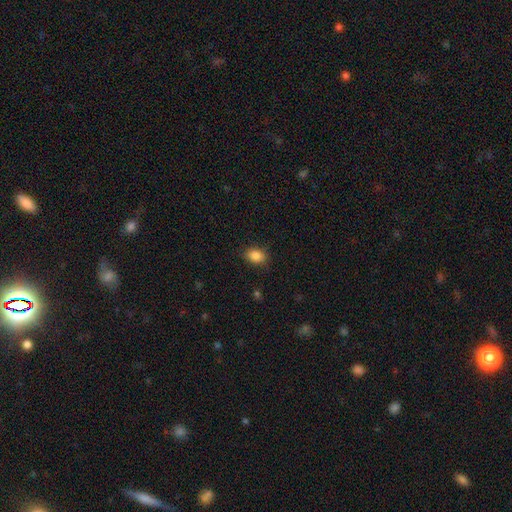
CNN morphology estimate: This is clearly a smooth galaxy (85%). How rounded: likely in between (66%). Merging: clearly none (85%).